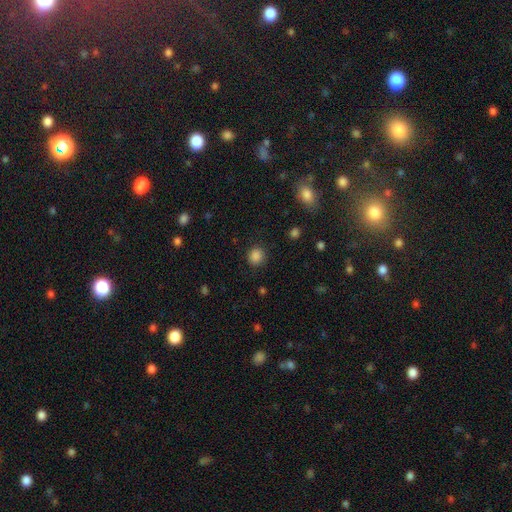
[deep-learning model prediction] This is clearly a smooth galaxy (85%). How rounded: clearly round (86%). Merging: clearly none (88%).